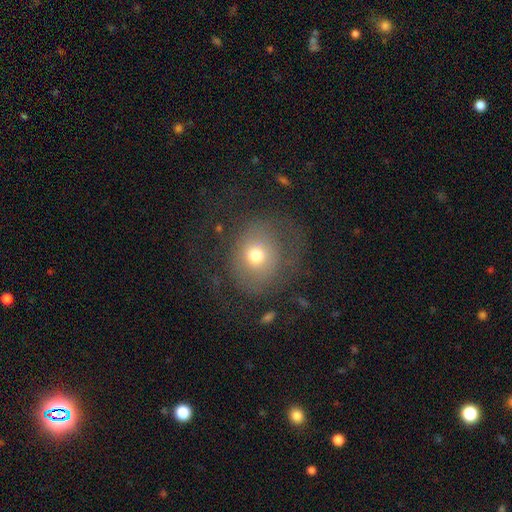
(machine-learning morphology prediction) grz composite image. It shows a smooth galaxy with no disk features (59%) that is round (70%). Merging: none (53%).